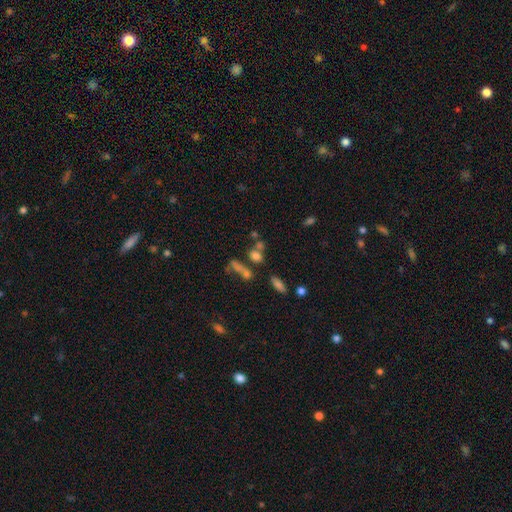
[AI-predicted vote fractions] smooth_or_featured: smooth (p=0.70) [alt: star or artifact p=0.17]
how_rounded: in between (p=0.51) [alt: round p=0.37]
merging: none (p=0.47) [alt: merger p=0.34]